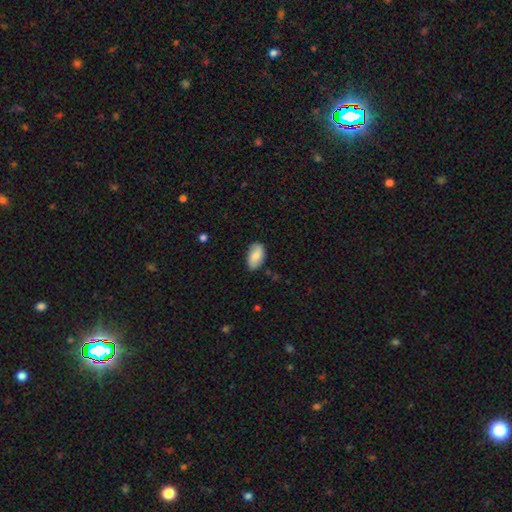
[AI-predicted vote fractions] A smooth galaxy with no disk features (83%) that is in between round and cigar-shaped (94%). Merging: none (81%).